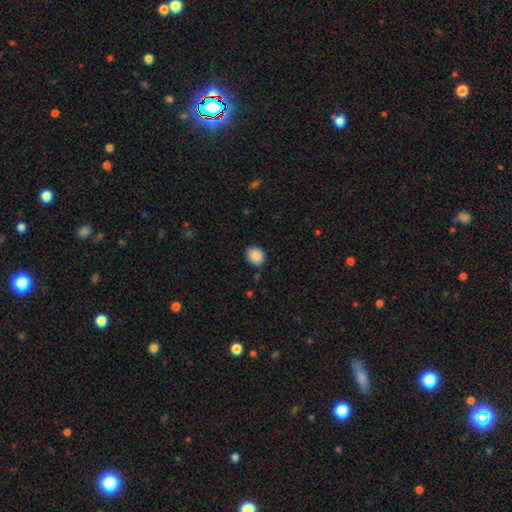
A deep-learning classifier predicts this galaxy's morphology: Smooth or featured? smooth (89%)
How rounded? round (63%)
Merging? none (84%)